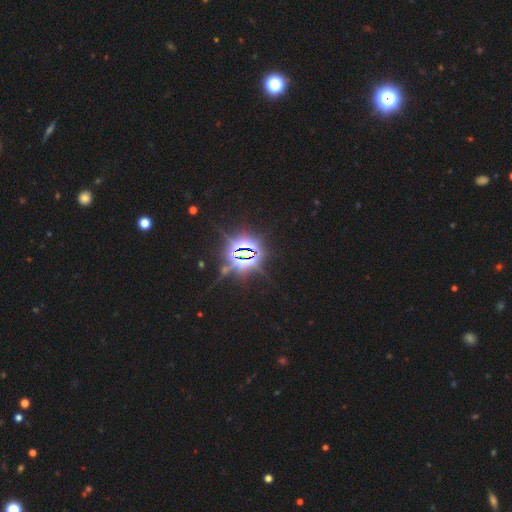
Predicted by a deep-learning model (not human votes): Q: Smooth or featured?
A: star or artifact (85%); runner-up: smooth (8%)